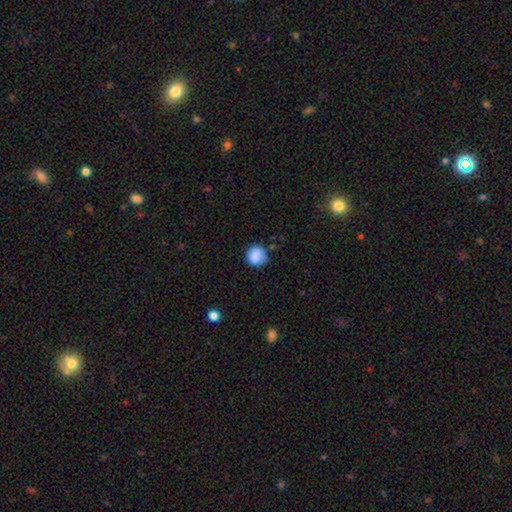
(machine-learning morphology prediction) Overall: smooth (86%). How rounded: round (90%). Merging: none (75%).